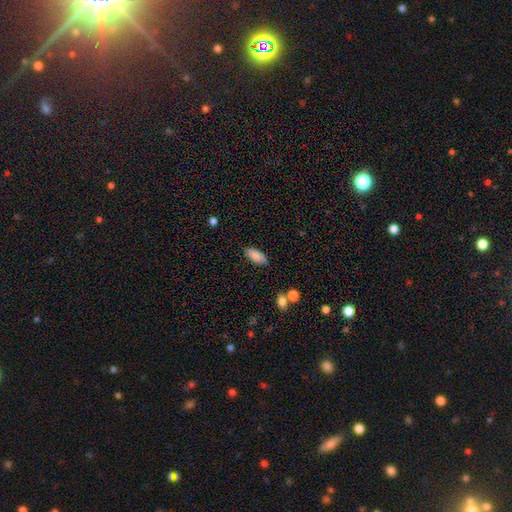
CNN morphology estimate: Q: Smooth or featured?
A: smooth (85%); runner-up: featured or disk (8%)
Q: How rounded?
A: in between (86%); runner-up: cigar-shaped (11%)
Q: Merging?
A: none (83%); runner-up: minor disturbance (13%)